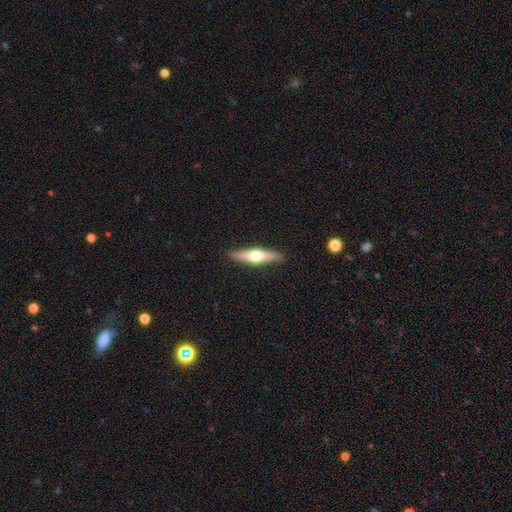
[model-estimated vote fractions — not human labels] Q: Smooth or featured?
A: featured or disk (54%); runner-up: smooth (41%)
Q: Edge-on disk?
A: yes (94%); runner-up: no (6%)
Q: Edge-on bulge?
A: rounded (93%); runner-up: boxy (4%)
Q: Merging?
A: none (89%); runner-up: minor disturbance (8%)